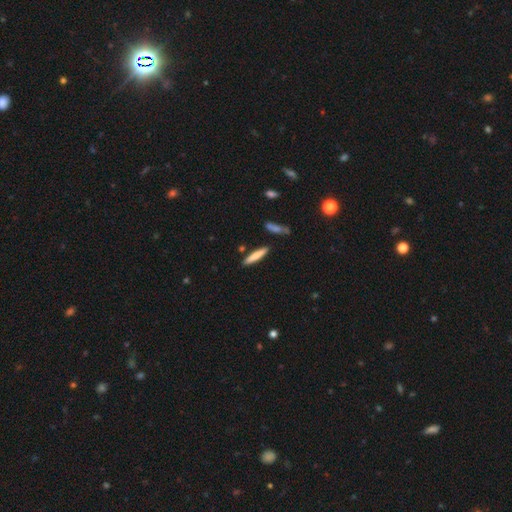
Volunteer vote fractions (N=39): A smooth galaxy with no disk features (62%) that is cigar-shaped (96%). Merging: none (94%).